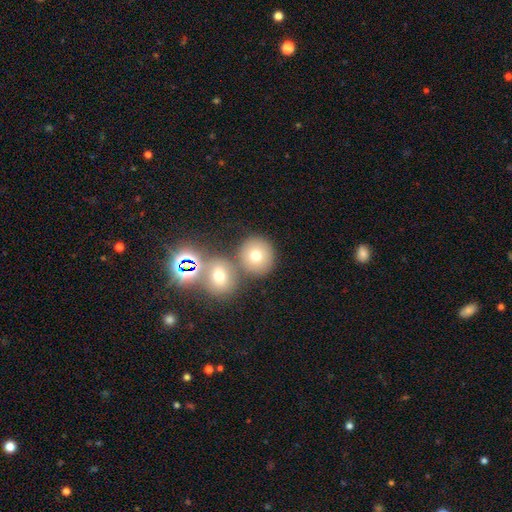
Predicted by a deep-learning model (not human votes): Smooth or featured? smooth (72%)
How rounded? round (89%)
Merging? none (67%)